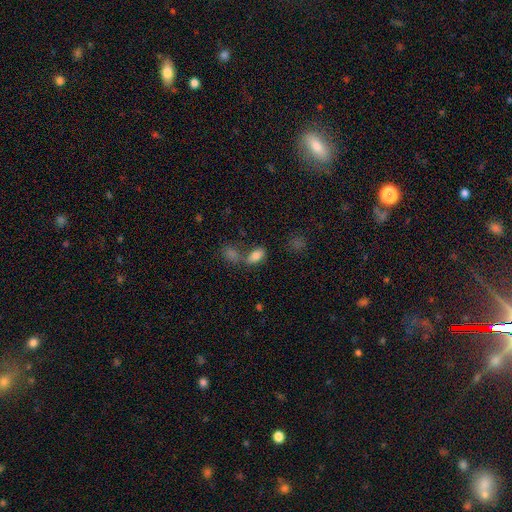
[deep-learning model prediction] Smooth or featured: smooth — 80% (star or artifact — 10%)
How rounded: in between — 90% (round — 6%)
Merging: none — 52% (merger — 28%)